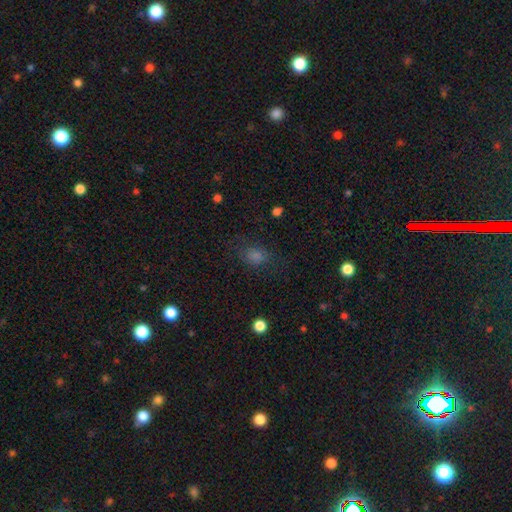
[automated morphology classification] type=smooth (65%); roundness=in between (57%); merging=none (72%).